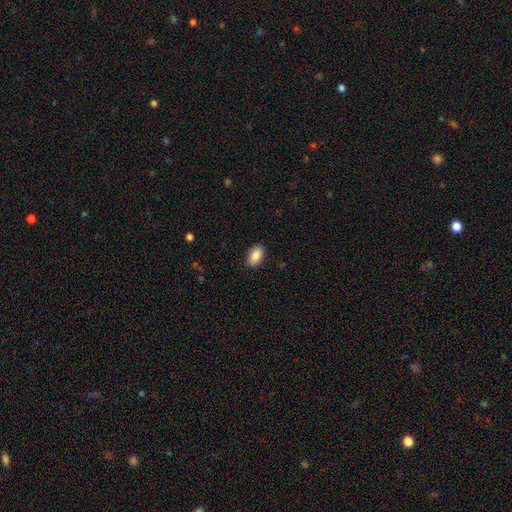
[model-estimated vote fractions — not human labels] The model was most divided on "smooth or featured": smooth: 87%, star or artifact: 7%, featured or disk: 6%. More confident: how rounded — in between (93%); merging — none (89%).